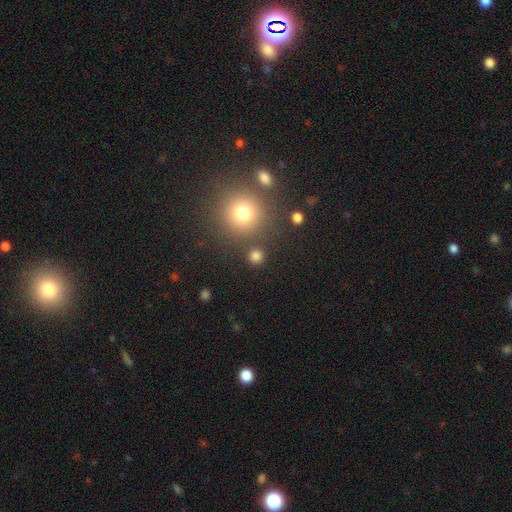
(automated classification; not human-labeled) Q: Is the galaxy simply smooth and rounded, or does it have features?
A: smooth — 78%.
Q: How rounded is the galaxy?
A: round — 93%.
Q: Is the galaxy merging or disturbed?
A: none — 85%.